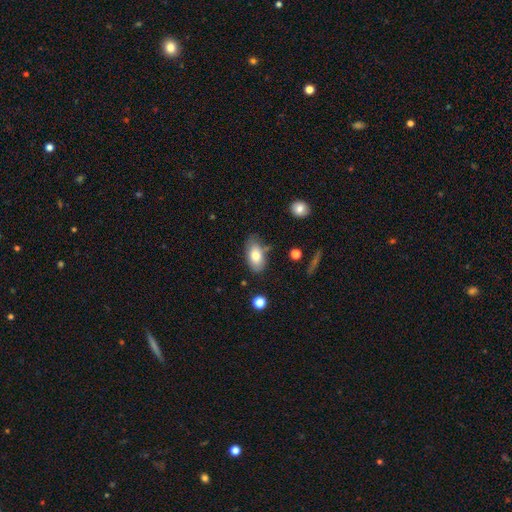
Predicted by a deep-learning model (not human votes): smooth 77%, featured or disk 16%, star or artifact 7%. Down the decision tree: how rounded — in between (92%); merging — none (68%).